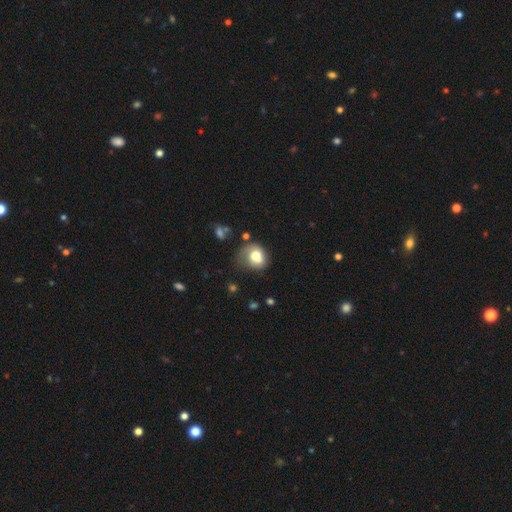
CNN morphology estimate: type=smooth (69%); roundness=round (65%); merging=none (43%).